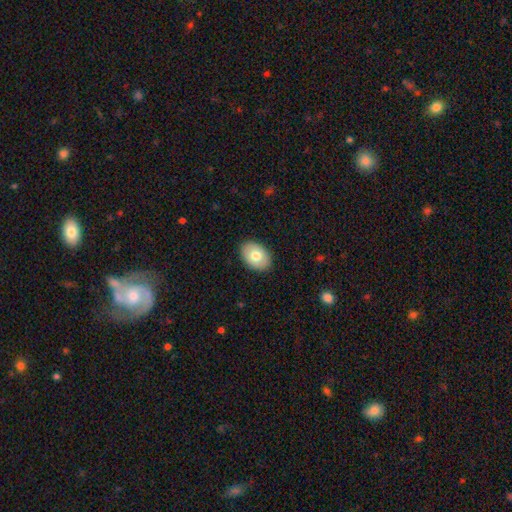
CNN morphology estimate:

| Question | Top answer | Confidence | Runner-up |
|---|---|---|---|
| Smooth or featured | smooth | 75% | featured or disk (19%) |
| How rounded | in between | 82% | round (17%) |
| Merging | none | 89% | minor disturbance (8%) |